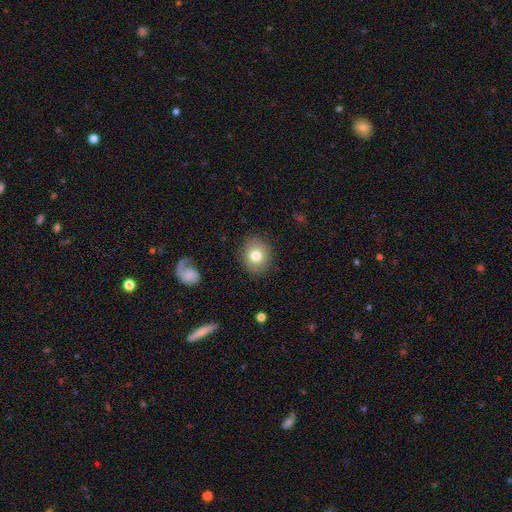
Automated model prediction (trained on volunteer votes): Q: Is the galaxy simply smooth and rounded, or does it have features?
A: smooth — 79%.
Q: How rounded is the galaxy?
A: round — 61%.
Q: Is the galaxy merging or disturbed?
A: none — 87%.